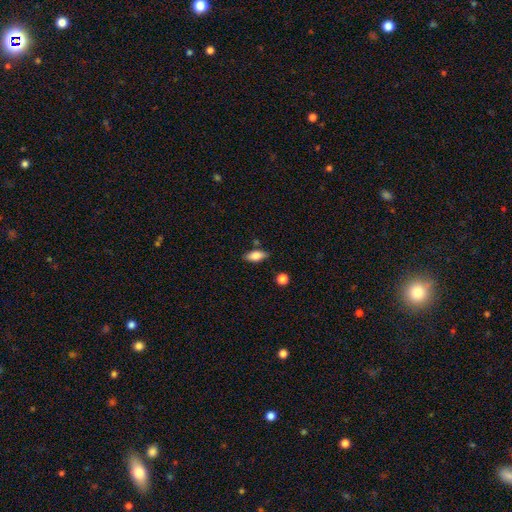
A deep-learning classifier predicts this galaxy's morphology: smooth_or_featured: smooth (p=0.76) [alt: featured or disk p=0.17]
how_rounded: in between (p=0.81) [alt: cigar-shaped p=0.16]
merging: none (p=0.81) [alt: minor disturbance p=0.13]